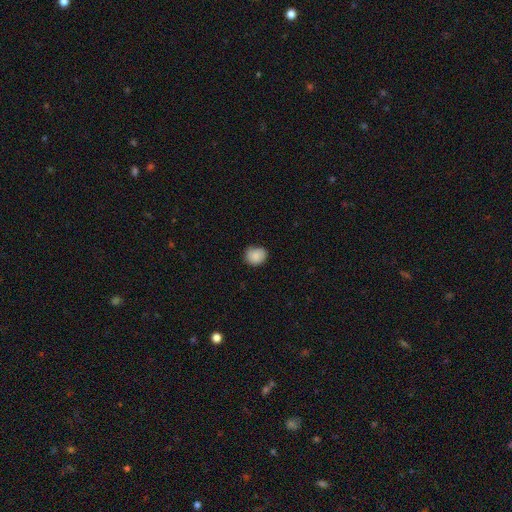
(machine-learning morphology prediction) The model was most divided on "how rounded": round: 68%, in between: 31%, cigar-shaped: 1%. More confident: smooth or featured — smooth (86%); merging — none (72%).